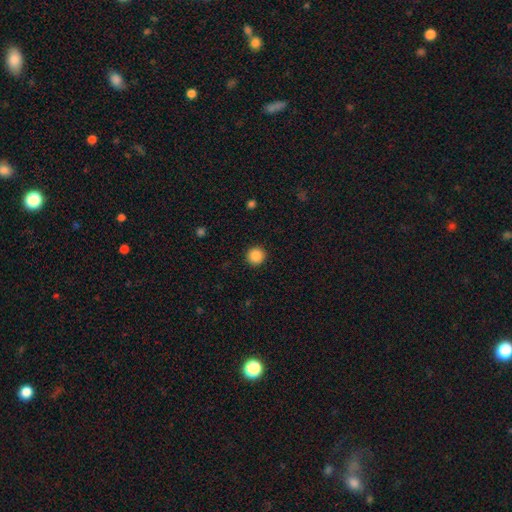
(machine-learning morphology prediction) A smooth galaxy with no disk features (88%) that is round (95%). Merging: none (92%).